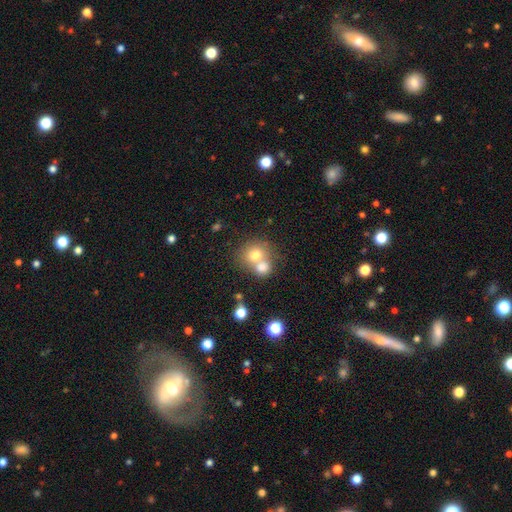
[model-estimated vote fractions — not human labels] smooth 73%, featured or disk 16%, star or artifact 11%. Down the decision tree: how rounded — round (76%); merging — merger (55%).